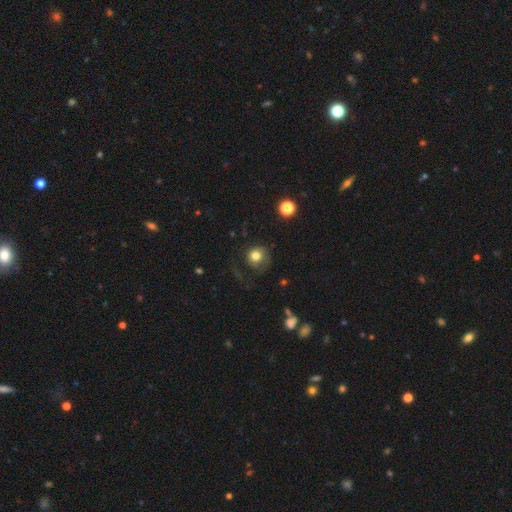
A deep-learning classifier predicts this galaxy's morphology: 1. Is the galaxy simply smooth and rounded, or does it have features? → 76% smooth, 13% featured or disk, 10% star or artifact.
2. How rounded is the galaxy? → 87% round, 12% in between, 1% cigar-shaped.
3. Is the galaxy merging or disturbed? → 54% none, 24% major disturbance, 20% minor disturbance, 2% merger.